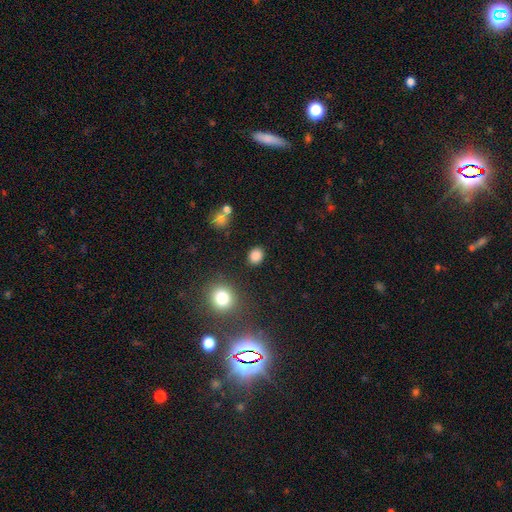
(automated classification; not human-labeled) The model was most divided on "how rounded": round: 58%, in between: 41%, cigar-shaped: 1%. More confident: merging — none (87%); smooth or featured — smooth (85%).